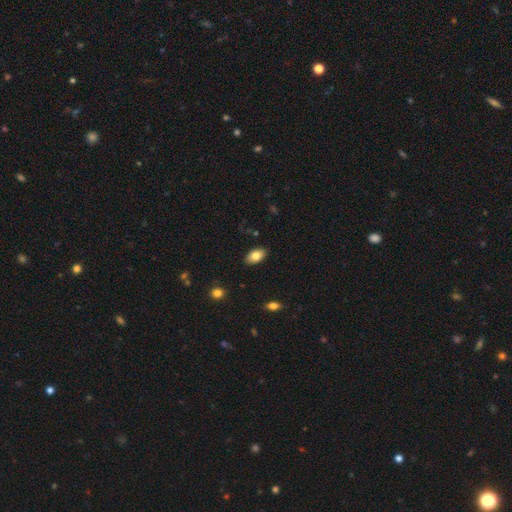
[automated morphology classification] Q: Smooth or featured?
A: smooth (82%); runner-up: featured or disk (11%)
Q: How rounded?
A: in between (93%); runner-up: round (5%)
Q: Merging?
A: none (88%); runner-up: minor disturbance (9%)